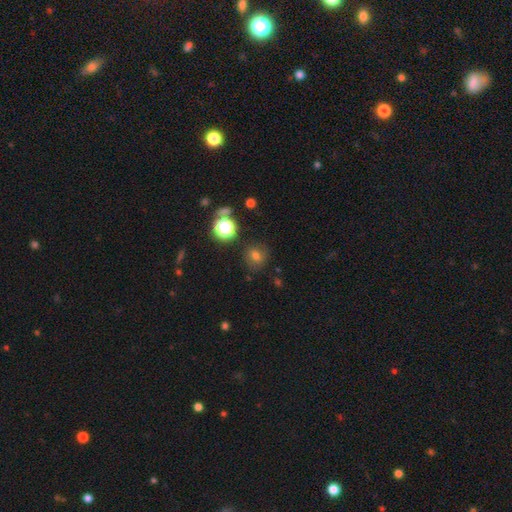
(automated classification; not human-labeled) smooth_or_featured: smooth (p=0.63) [alt: star or artifact p=0.23]
how_rounded: round (p=0.75) [alt: in between p=0.24]
merging: none (p=0.78) [alt: minor disturbance p=0.14]